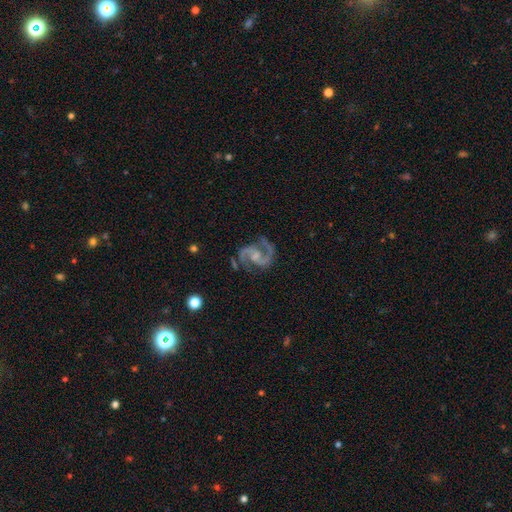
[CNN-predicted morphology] Smooth or featured: featured or disk — 93% (star or artifact — 4%)
Edge-on disk: no — 98% (yes — 2%)
Bar: no — 44% (weak — 43%)
Spiral arms: yes — 98% (no — 2%)
Spiral winding: medium — 67% (loose — 17%)
Spiral arm count: 2 — 93% (3 — 2%)
Bulge size: small — 46% (moderate — 31%)
Merging: none — 73% (minor disturbance — 17%)